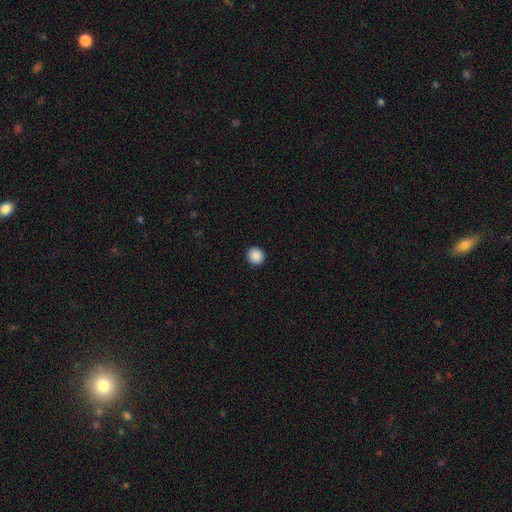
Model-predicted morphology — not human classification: Q: Smooth or featured?
A: smooth (89%); runner-up: star or artifact (9%)
Q: How rounded?
A: round (91%); runner-up: in between (8%)
Q: Merging?
A: none (93%); runner-up: minor disturbance (4%)